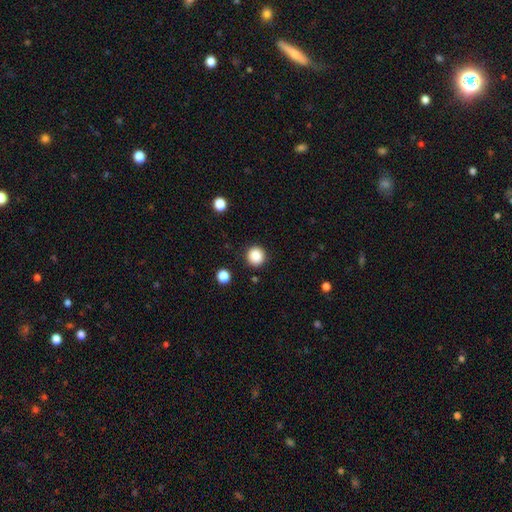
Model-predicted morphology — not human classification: Smooth or featured?
  - smooth: 88% *
  - star or artifact: 10%
  - featured or disk: 3%
How rounded?
  - round: 93% *
  - in between: 6%
  - cigar-shaped: 1%
Merging?
  - none: 90% *
  - minor disturbance: 6%
  - major disturbance: 2%
  - merger: 2%